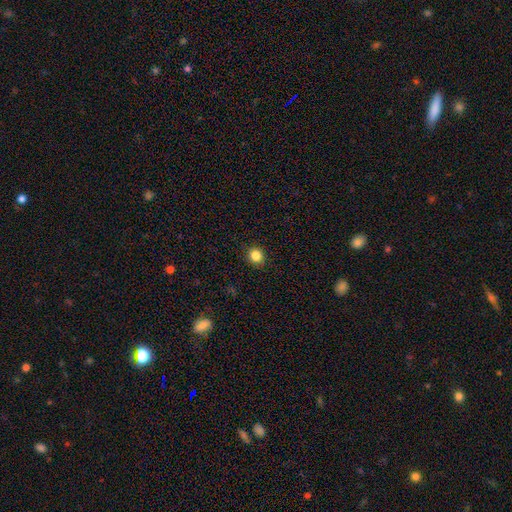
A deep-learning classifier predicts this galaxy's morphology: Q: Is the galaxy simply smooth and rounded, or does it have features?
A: smooth — 85%.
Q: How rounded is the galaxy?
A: round — 86%.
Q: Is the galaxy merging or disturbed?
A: none — 90%.